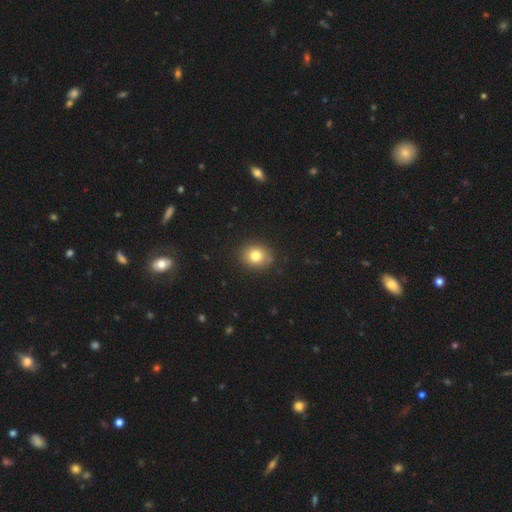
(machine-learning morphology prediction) Overall: smooth (80%). How rounded: round (67%; in between 33%). Merging: none (87%).